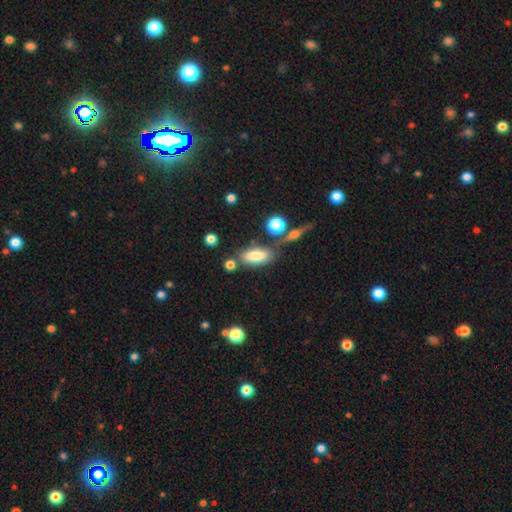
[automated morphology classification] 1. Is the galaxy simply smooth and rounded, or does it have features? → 79% smooth, 12% featured or disk, 9% star or artifact.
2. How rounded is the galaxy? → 77% in between, 19% cigar-shaped, 3% round.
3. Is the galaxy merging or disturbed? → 65% none, 15% minor disturbance, 14% merger, 6% major disturbance.